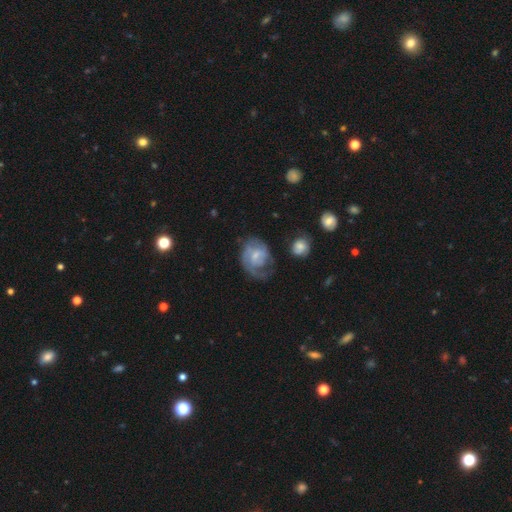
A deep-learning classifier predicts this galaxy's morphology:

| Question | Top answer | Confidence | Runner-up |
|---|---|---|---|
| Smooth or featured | featured or disk | 62% | smooth (31%) |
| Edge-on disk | no | 97% | yes (3%) |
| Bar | weak | 47% | no (45%) |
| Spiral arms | yes | 78% | no (22%) |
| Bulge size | small | 51% | moderate (31%) |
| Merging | none | 41% | major disturbance (30%) |